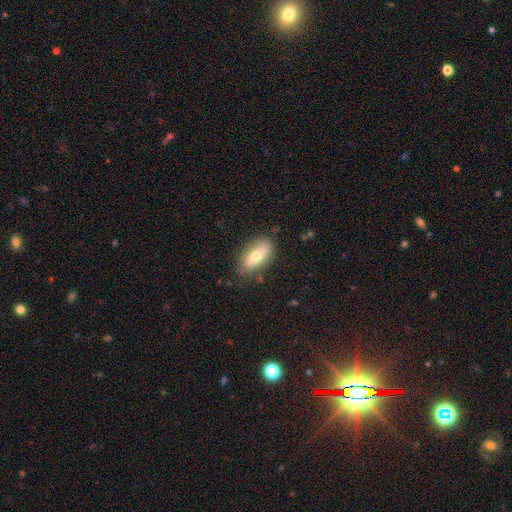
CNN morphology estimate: smooth_or_featured: smooth (p=0.63) [alt: featured or disk p=0.30]
how_rounded: in between (p=0.82) [alt: cigar-shaped p=0.14]
merging: none (p=0.78) [alt: minor disturbance p=0.16]